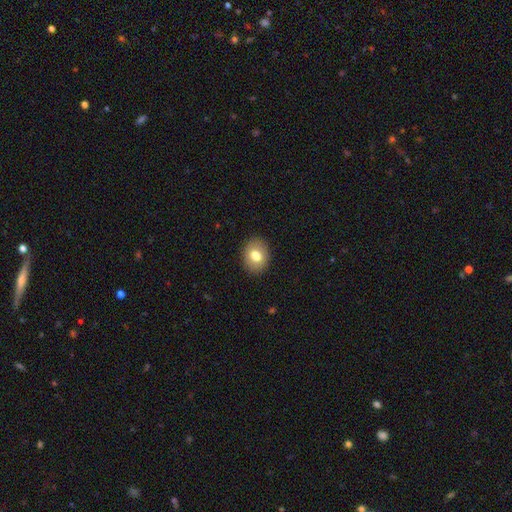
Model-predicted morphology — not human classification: smooth 78%, featured or disk 14%, star or artifact 9%. Down the decision tree: how rounded — in between (52%); merging — none (90%).